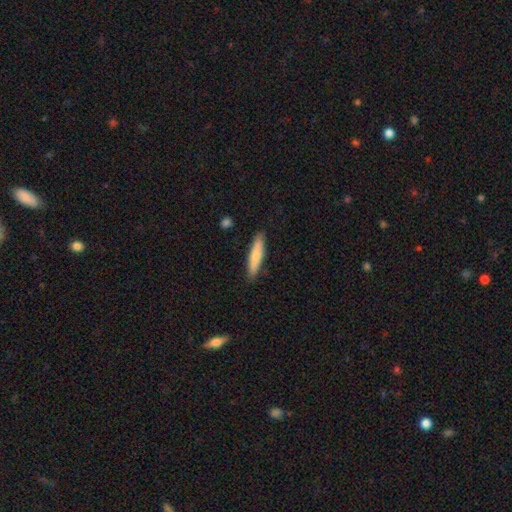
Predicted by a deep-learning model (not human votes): A smooth galaxy with no disk features (74%) that is cigar-shaped (83%). Merging: none (87%).